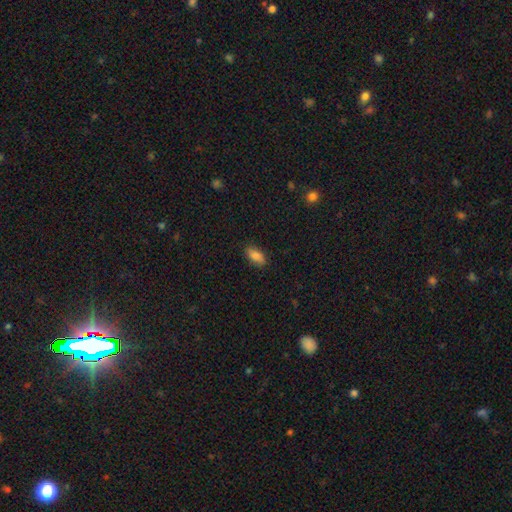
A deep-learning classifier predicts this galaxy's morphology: A smooth galaxy with no disk features (83%) that is in between round and cigar-shaped (90%).

Vote fractions:
- Smooth or featured? smooth: 83% / featured or disk: 9% / star or artifact: 8%
- How rounded? in between: 90% / cigar-shaped: 7% / round: 3%
- Merging? none: 85% / minor disturbance: 11% / major disturbance: 2% / merger: 1%